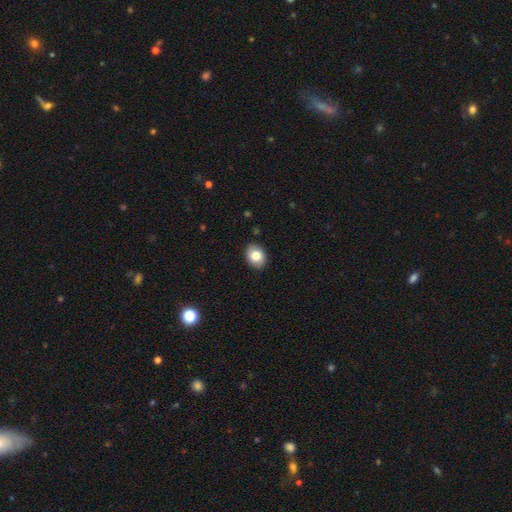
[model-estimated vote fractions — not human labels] Morphology: type=smooth (83%); roundness=in between (58%); merging=none (89%).